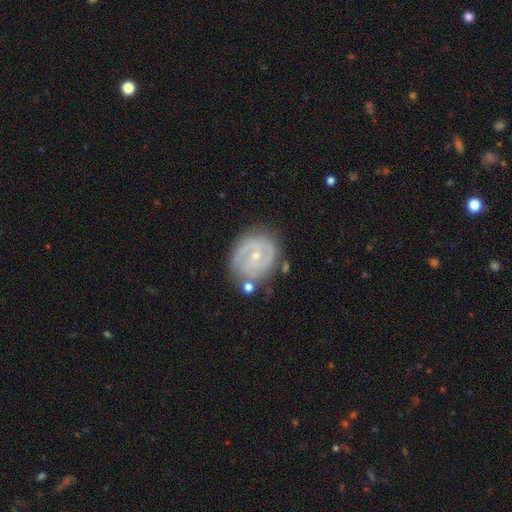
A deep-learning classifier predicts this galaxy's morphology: Smooth or featured? Predicted: featured or disk (p=0.83). Edge-on disk? Predicted: no (p=0.98). Bar? Predicted: no (p=0.54). Spiral arms? Predicted: yes (p=0.94). Spiral winding? Predicted: tight (p=0.55). Spiral arm count? Predicted: 2 (p=0.63). Bulge size? Predicted: small (p=0.73). Merging? Predicted: none (p=0.71).